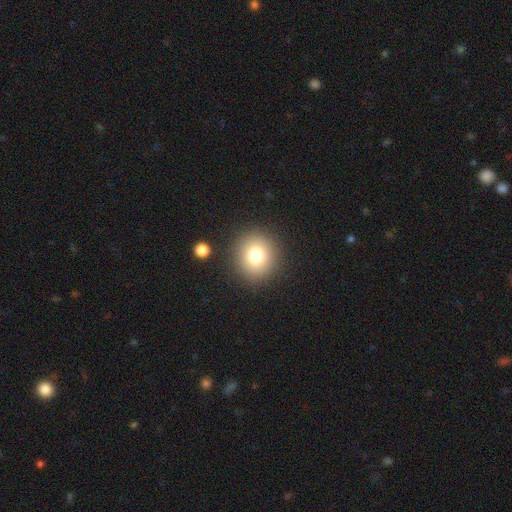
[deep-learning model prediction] Q: Smooth or featured?
A: smooth (78%); runner-up: star or artifact (12%)
Q: How rounded?
A: round (84%); runner-up: in between (15%)
Q: Merging?
A: none (87%); runner-up: minor disturbance (7%)